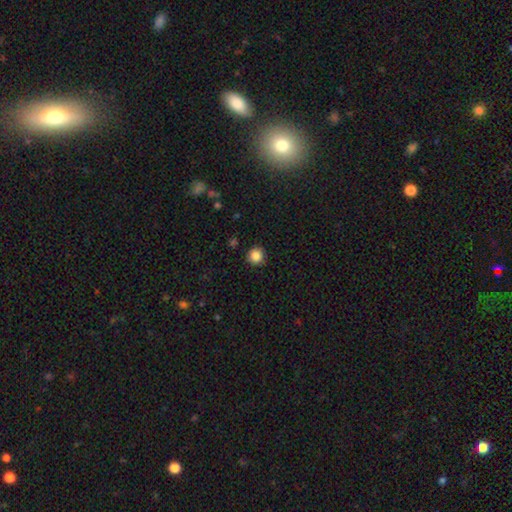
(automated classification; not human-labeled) smooth_or_featured: smooth (p=0.86) [alt: star or artifact p=0.11]
how_rounded: round (p=0.94) [alt: in between p=0.06]
merging: none (p=0.90) [alt: minor disturbance p=0.07]